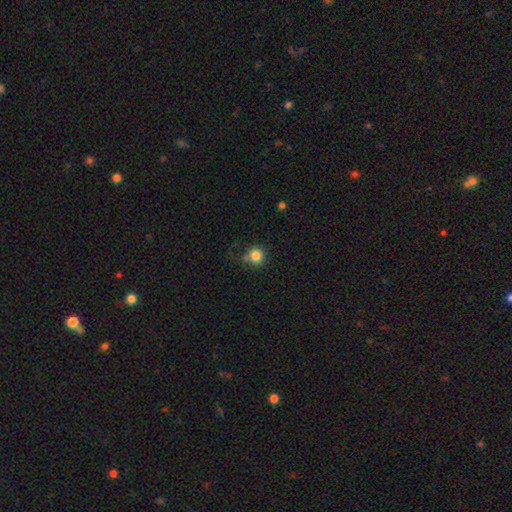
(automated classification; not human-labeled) Smooth or featured? Predicted: smooth (p=0.84). How rounded? Predicted: round (p=0.92). Merging? Predicted: none (p=0.70).